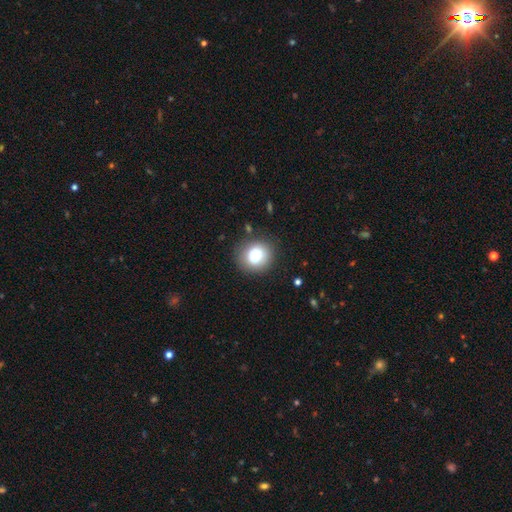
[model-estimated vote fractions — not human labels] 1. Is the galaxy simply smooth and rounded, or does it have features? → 76% smooth, 14% featured or disk, 9% star or artifact.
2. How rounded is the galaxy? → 79% round, 20% in between, 1% cigar-shaped.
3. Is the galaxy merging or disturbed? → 74% none, 15% minor disturbance, 6% major disturbance, 5% merger.